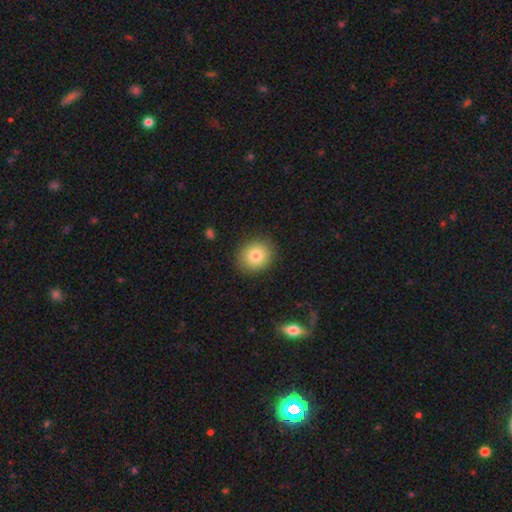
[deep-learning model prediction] Q: Smooth or featured?
A: smooth (80%); runner-up: featured or disk (10%)
Q: How rounded?
A: round (81%); runner-up: in between (18%)
Q: Merging?
A: none (88%); runner-up: minor disturbance (8%)